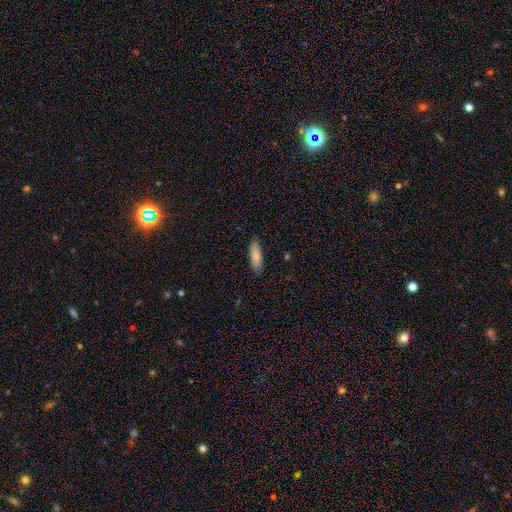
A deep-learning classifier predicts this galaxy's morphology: smooth_or_featured: smooth (p=0.81) [alt: featured or disk p=0.13]
how_rounded: in between (p=0.50) [alt: cigar-shaped p=0.48]
merging: none (p=0.87) [alt: minor disturbance p=0.10]